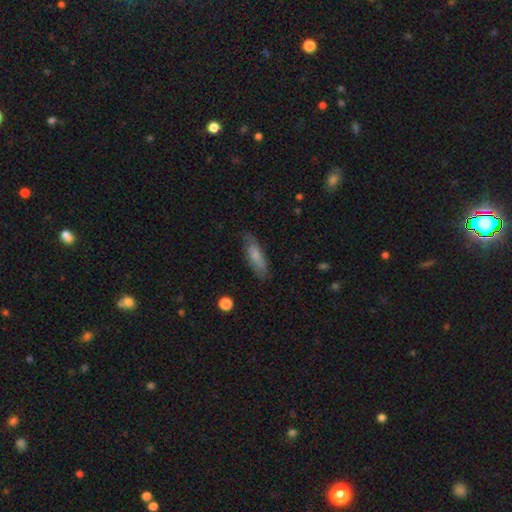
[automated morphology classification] smooth-or-featured: smooth: 72% | featured or disk: 21% | star or artifact: 6%
  how-rounded: cigar-shaped: 50% | in between: 49% | round: 2%
  merging: none: 78% | minor disturbance: 17% | major disturbance: 4% | merger: 1%